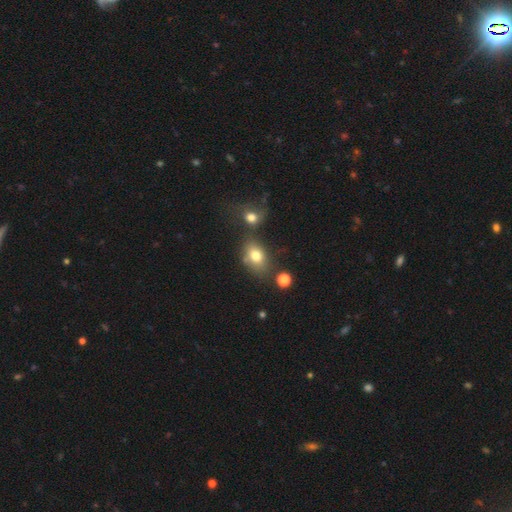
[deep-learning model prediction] Smooth or featured? Predicted: smooth (p=0.77). How rounded? Predicted: in between (p=0.73). Merging? Predicted: none (p=0.57).